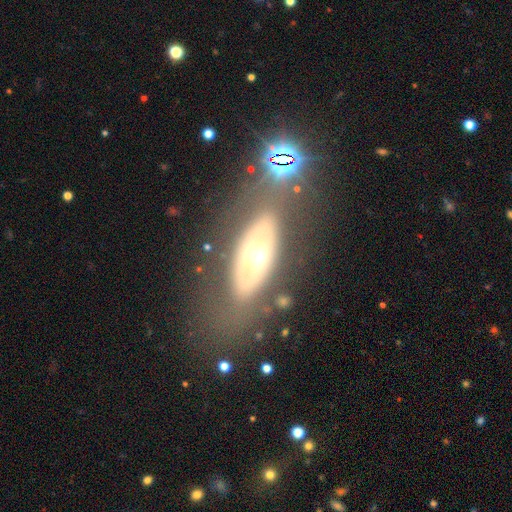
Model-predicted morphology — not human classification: This appears to be a featured or disk galaxy (61%). Merging: none (72%).